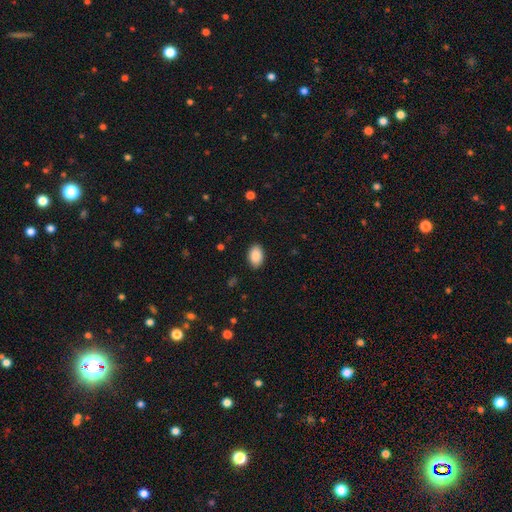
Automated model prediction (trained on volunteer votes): This is clearly a smooth galaxy (89%). How rounded: clearly in between (89%). Merging: clearly none (88%).